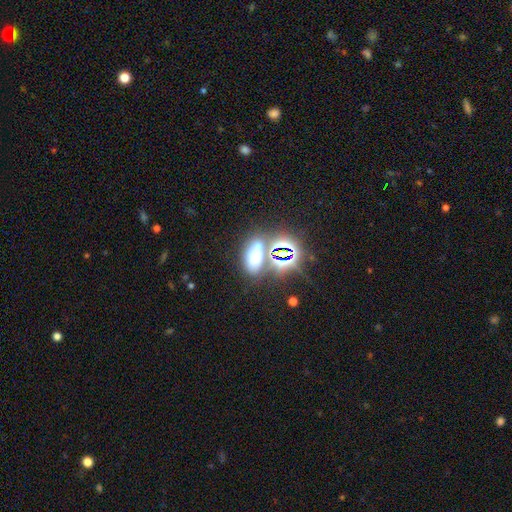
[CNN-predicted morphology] Smooth or featured: smooth — 43% (tied with star or artifact — 43%)
Merging: none — 49% (merger — 29%)